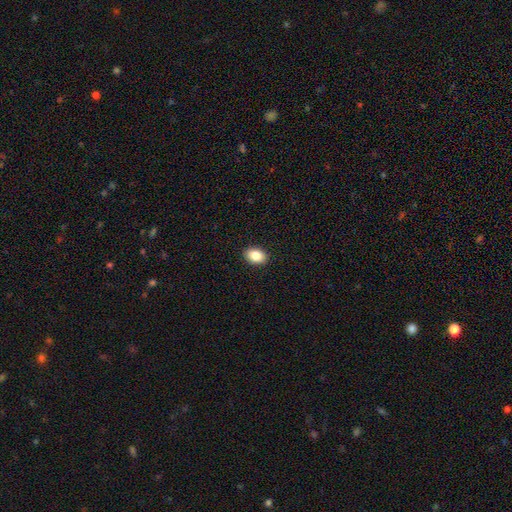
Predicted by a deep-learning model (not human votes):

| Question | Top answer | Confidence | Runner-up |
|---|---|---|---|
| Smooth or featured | smooth | 85% | star or artifact (8%) |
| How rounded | in between | 83% | round (16%) |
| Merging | none | 91% | minor disturbance (6%) |